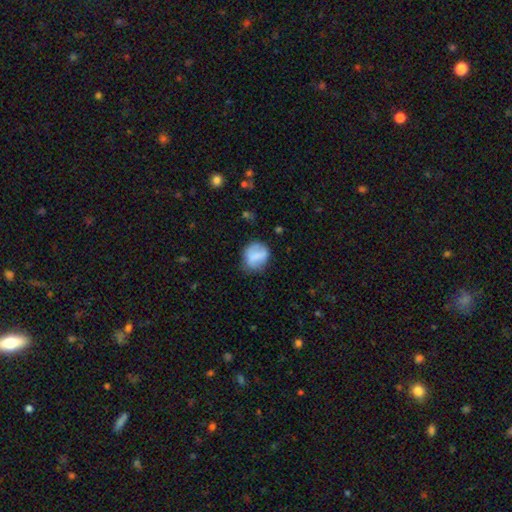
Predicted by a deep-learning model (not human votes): Q: Smooth or featured?
A: smooth (70%); runner-up: featured or disk (22%)
Q: How rounded?
A: round (66%); runner-up: in between (32%)
Q: Merging?
A: none (65%); runner-up: minor disturbance (24%)